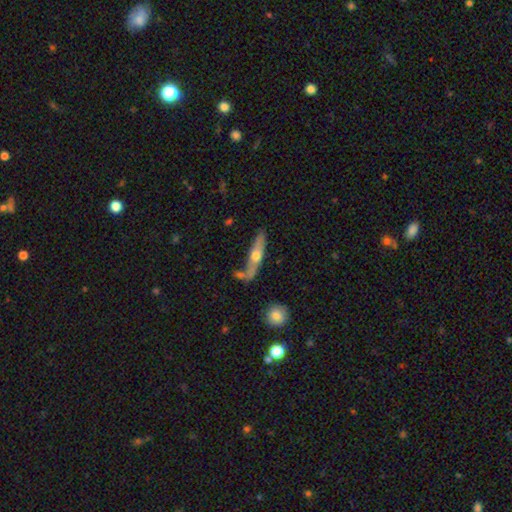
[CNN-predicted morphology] The model was most divided on "smooth or featured": featured or disk: 49%, smooth: 46%, star or artifact: 6%. More confident: merging — none (61%).